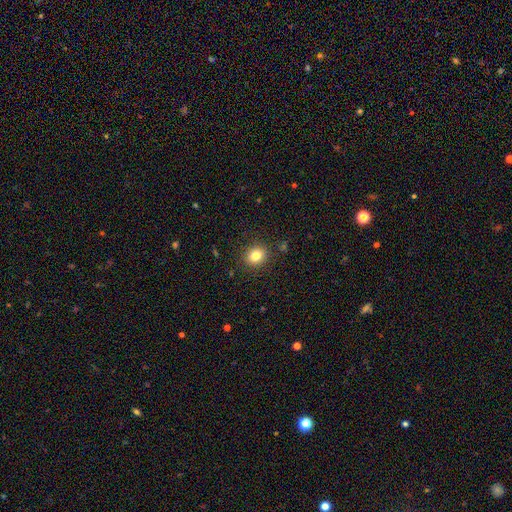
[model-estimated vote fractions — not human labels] smooth-or-featured: smooth: 82% | star or artifact: 11% | featured or disk: 7%
  how-rounded: round: 66% | in between: 33% | cigar-shaped: 1%
  merging: none: 89% | minor disturbance: 8% | major disturbance: 2% | merger: 1%